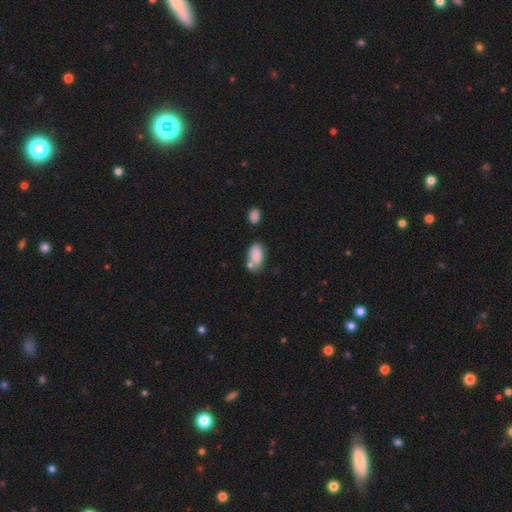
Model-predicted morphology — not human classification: smooth 84%, featured or disk 8%, star or artifact 8%. Down the decision tree: how rounded — in between (91%); merging — none (53%).